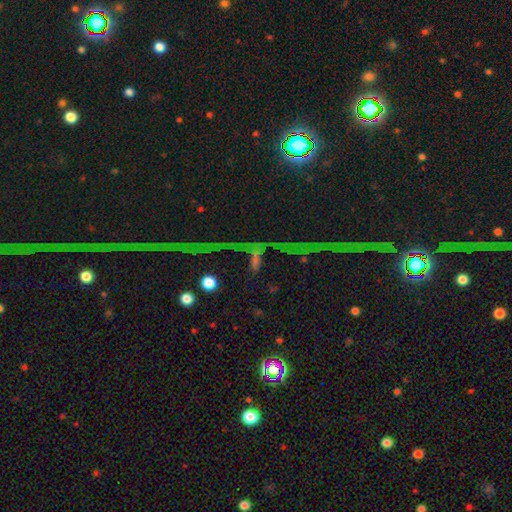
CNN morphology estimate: Smooth or featured? Predicted: star or artifact (p=0.44).